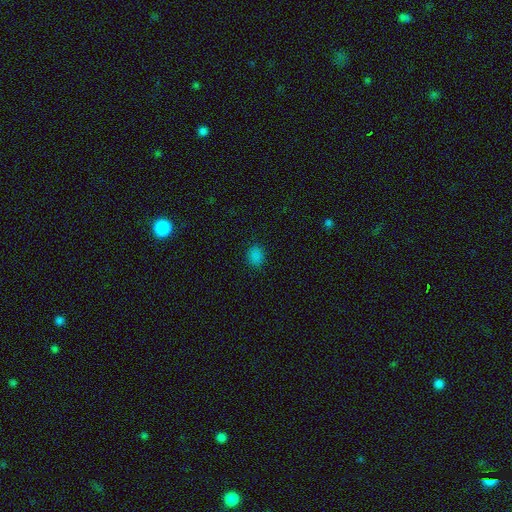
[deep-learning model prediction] smooth_or_featured: smooth (p=0.82) [alt: star or artifact p=0.15]
how_rounded: in between (p=0.57) [alt: round p=0.42]
merging: none (p=0.87) [alt: minor disturbance p=0.10]